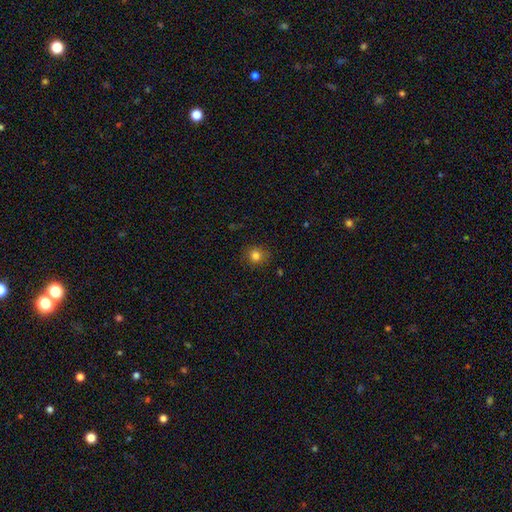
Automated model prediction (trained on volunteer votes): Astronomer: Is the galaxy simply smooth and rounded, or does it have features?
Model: smooth — 81%.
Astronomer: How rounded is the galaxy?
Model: round — 88%.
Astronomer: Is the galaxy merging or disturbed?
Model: none — 87%.